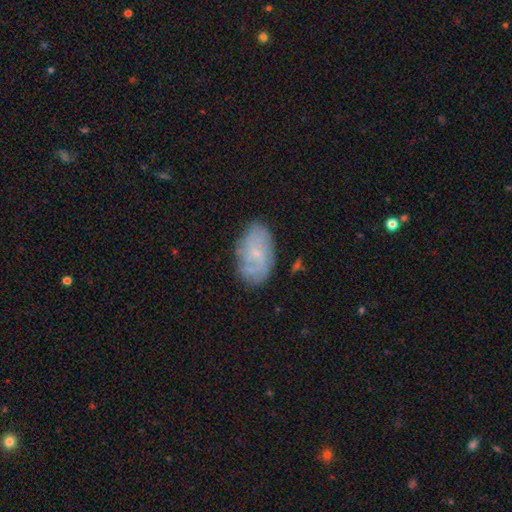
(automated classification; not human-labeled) This is possibly a featured or disk galaxy (57%). It is clearly not viewed edge-on (96%). Bar: likely no (71%). Spiral arm pattern: likely yes (73%). Central bulge: likely small (78%). Merging: likely none (73%).